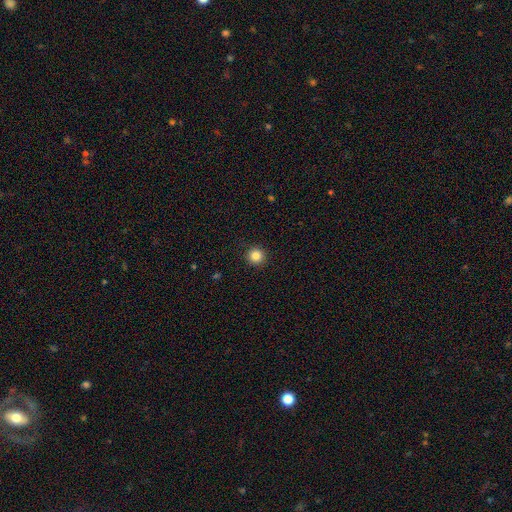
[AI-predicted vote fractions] A smooth galaxy with no disk features (85%) that is round (95%). Merging: none (92%).